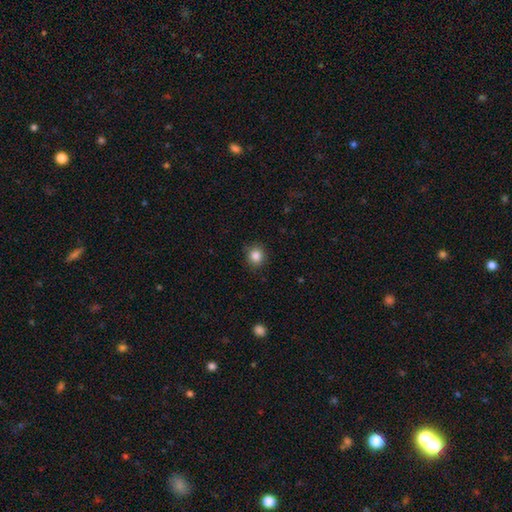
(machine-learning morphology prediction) Q: Smooth or featured?
A: smooth (85%); runner-up: star or artifact (10%)
Q: How rounded?
A: round (90%); runner-up: in between (9%)
Q: Merging?
A: none (87%); runner-up: minor disturbance (9%)